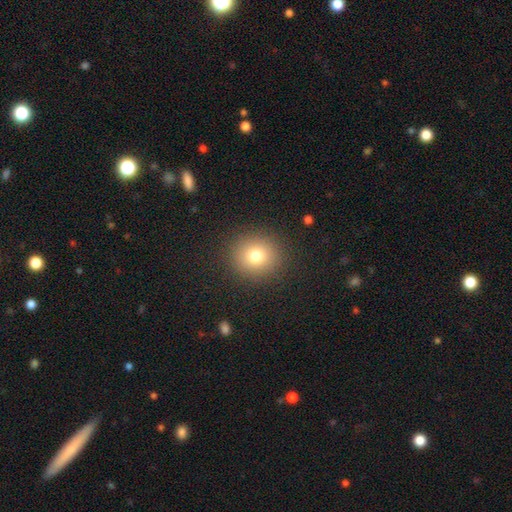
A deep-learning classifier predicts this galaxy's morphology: Overall: smooth (77%). How rounded: round (89%). Merging: none (90%).